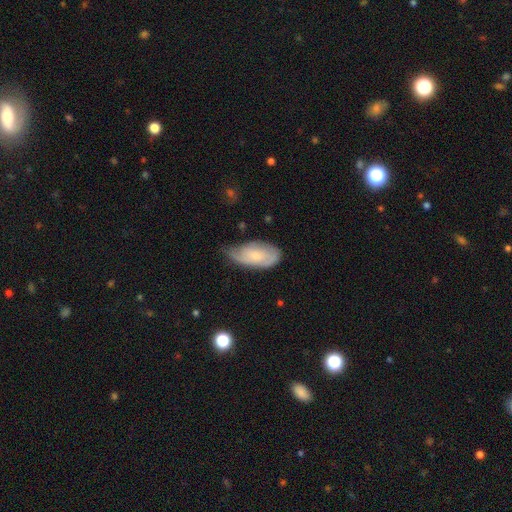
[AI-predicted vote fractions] smooth_or_featured: smooth (p=0.55) [alt: featured or disk p=0.38]
how_rounded: in between (p=0.92) [alt: cigar-shaped p=0.05]
merging: minor disturbance (p=0.43) [alt: none p=0.41]